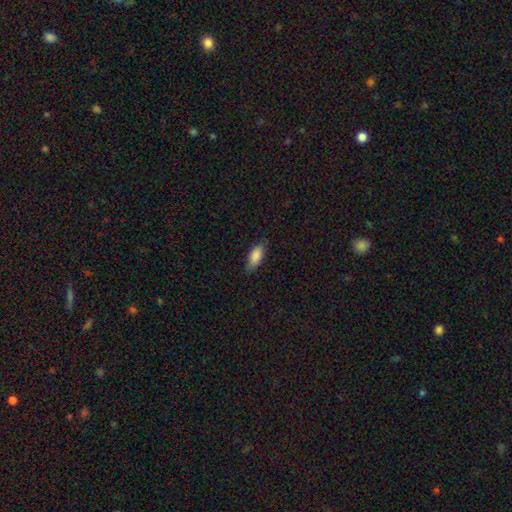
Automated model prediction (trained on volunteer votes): Morphology: type=smooth (86%); roundness=in between (79%); merging=none (81%).